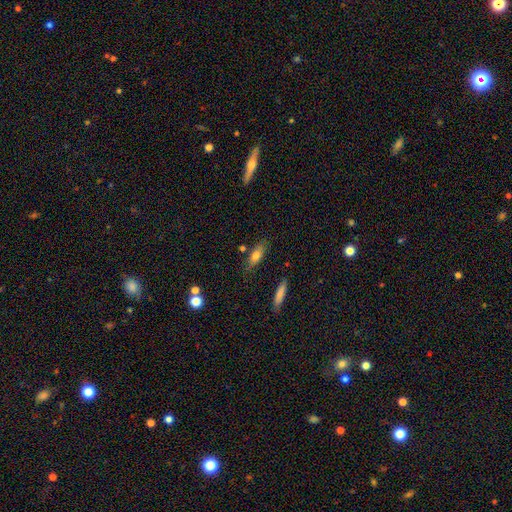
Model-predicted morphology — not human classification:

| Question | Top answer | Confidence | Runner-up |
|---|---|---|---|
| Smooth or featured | smooth | 72% | featured or disk (20%) |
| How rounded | in between | 58% | cigar-shaped (39%) |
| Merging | none | 75% | minor disturbance (16%) |